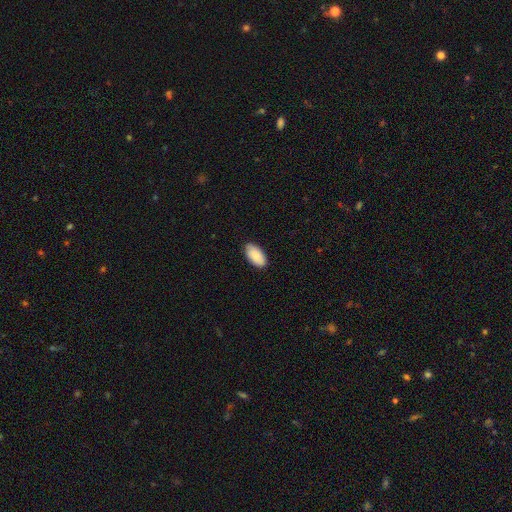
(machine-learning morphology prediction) This is clearly a smooth galaxy (89%). How rounded: clearly in between (95%). Merging: clearly none (87%).